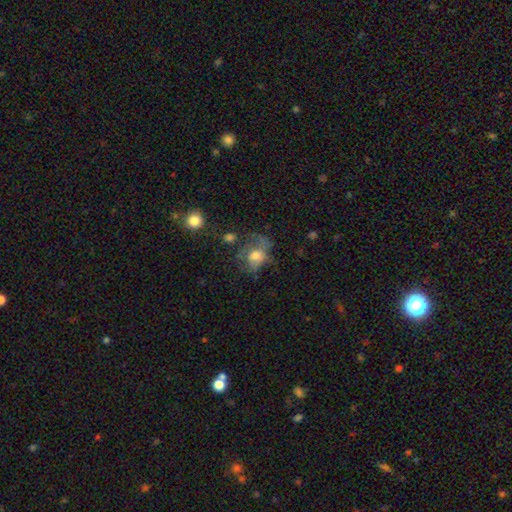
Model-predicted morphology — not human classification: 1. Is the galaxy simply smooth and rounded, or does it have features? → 52% smooth, 37% featured or disk, 11% star or artifact.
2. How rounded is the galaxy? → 54% in between, 45% round, 1% cigar-shaped.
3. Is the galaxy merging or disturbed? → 41% major disturbance, 31% none, 23% minor disturbance, 5% merger.